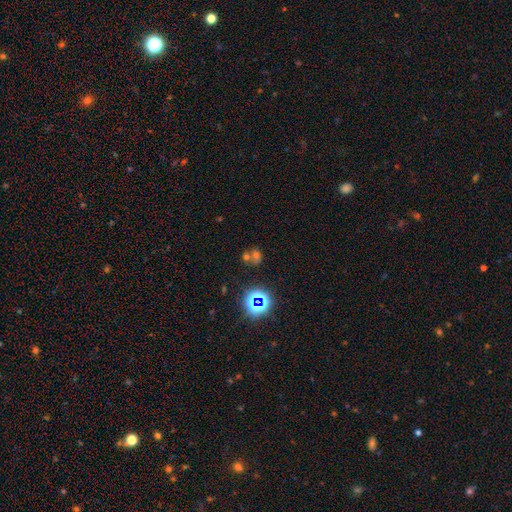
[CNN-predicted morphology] Q: Smooth or featured?
A: star or artifact (47%); runner-up: smooth (38%)